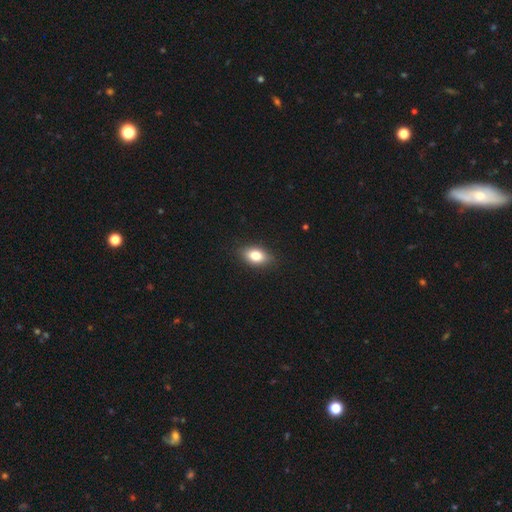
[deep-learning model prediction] The model was most divided on "smooth or featured": smooth: 79%, featured or disk: 13%, star or artifact: 8%. More confident: merging — none (87%); how rounded — in between (85%).